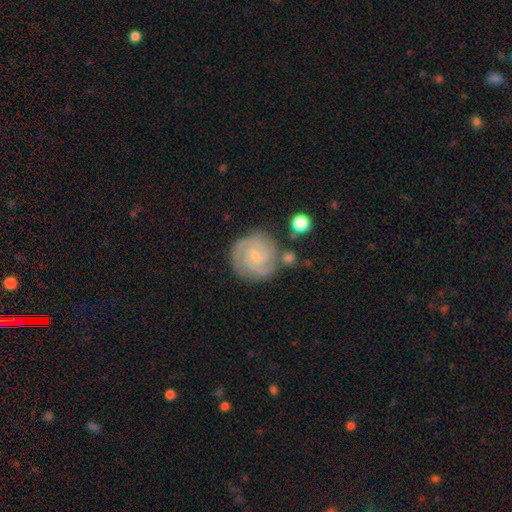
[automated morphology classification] Smooth or featured?
  - featured or disk: 89% *
  - smooth: 6%
  - star or artifact: 5%
Edge-on disk?
  - no: 98% *
  - yes: 2%
Bar?
  - no: 50% *
  - weak: 40%
  - strong: 10%
Spiral arms?
  - yes: 98% *
  - no: 2%
Spiral winding?
  - tight: 79% *
  - medium: 19%
  - loose: 2%
Spiral arm count?
  - 2: 56% *
  - 3: 28%
  - can't tell: 6%
  - 4: 5%
  - more than 4: 3%
  - 1: 3%
Bulge size?
  - small: 75% *
  - moderate: 19%
  - none: 4%
  - large: 1%
  - dominant: 1%
Merging?
  - none: 77% *
  - minor disturbance: 14%
  - merger: 5%
  - major disturbance: 3%